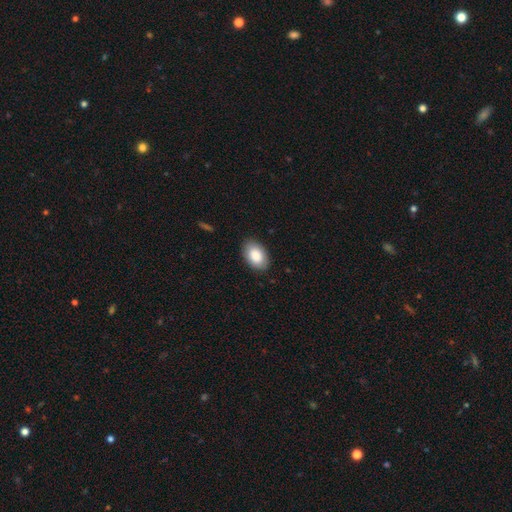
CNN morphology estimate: A smooth galaxy with no disk features (87%) that is in between round and cigar-shaped (92%). Merging: none (87%).